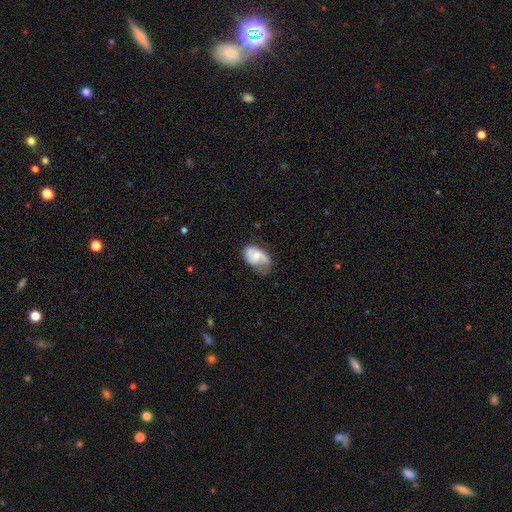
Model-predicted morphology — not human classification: type=smooth (49%); merging=minor disturbance (38%).